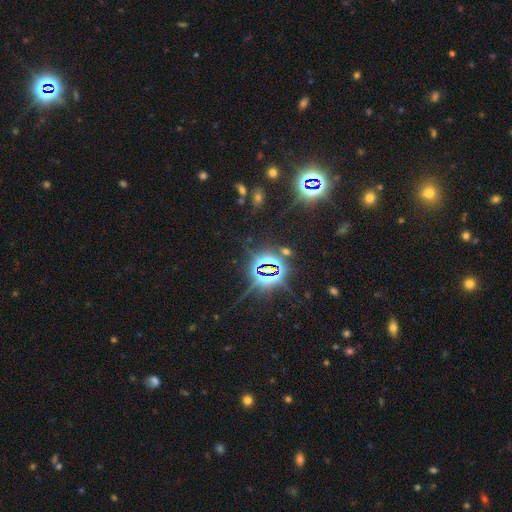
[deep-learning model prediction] Smooth or featured: star or artifact — 82% (smooth — 12%)